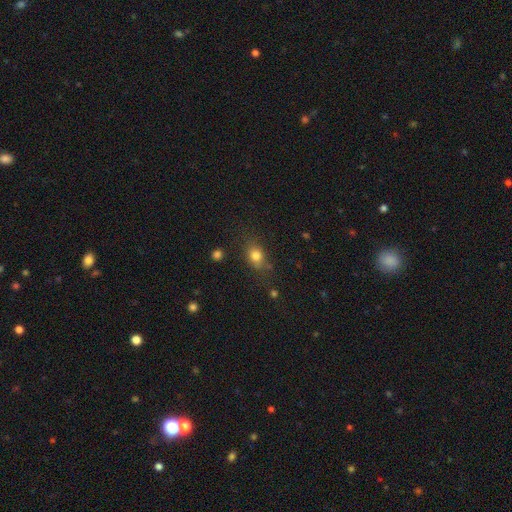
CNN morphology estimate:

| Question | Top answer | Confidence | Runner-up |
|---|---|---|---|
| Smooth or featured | smooth | 80% | star or artifact (11%) |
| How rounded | in between | 57% | round (40%) |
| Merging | none | 71% | minor disturbance (19%) |